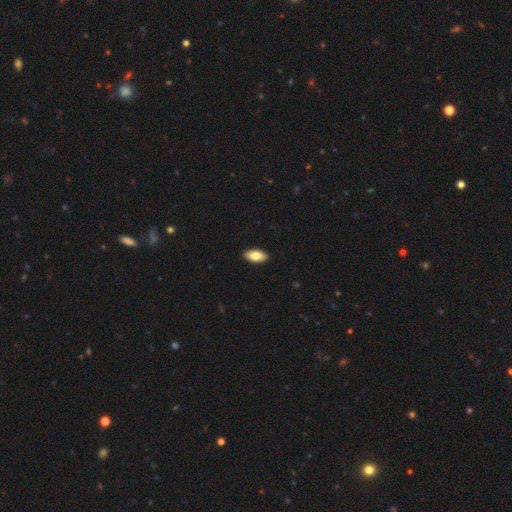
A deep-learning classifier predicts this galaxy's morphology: type=smooth (80%); roundness=in between (92%); merging=none (91%).